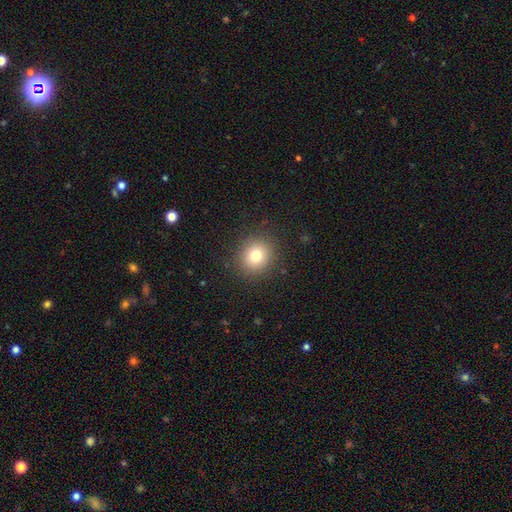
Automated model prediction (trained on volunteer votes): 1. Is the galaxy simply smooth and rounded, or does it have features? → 77% smooth, 13% star or artifact, 10% featured or disk.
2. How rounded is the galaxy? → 84% round, 15% in between, 1% cigar-shaped.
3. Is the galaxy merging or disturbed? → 89% none, 7% minor disturbance, 3% major disturbance, 1% merger.